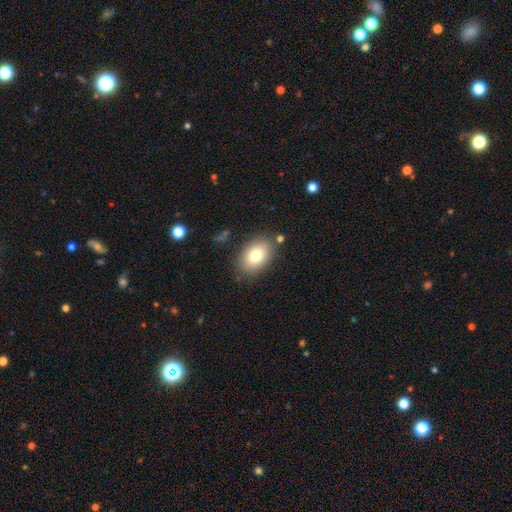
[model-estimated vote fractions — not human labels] The model was most divided on "smooth or featured": smooth: 79%, featured or disk: 13%, star or artifact: 8%. More confident: how rounded — in between (85%); merging — none (82%).